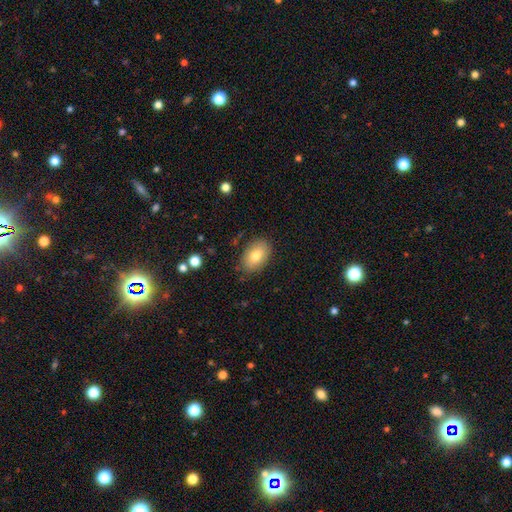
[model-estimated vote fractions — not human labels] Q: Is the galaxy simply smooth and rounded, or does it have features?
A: smooth — 78%.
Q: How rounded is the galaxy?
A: in between — 89%.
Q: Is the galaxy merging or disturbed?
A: none — 83%.